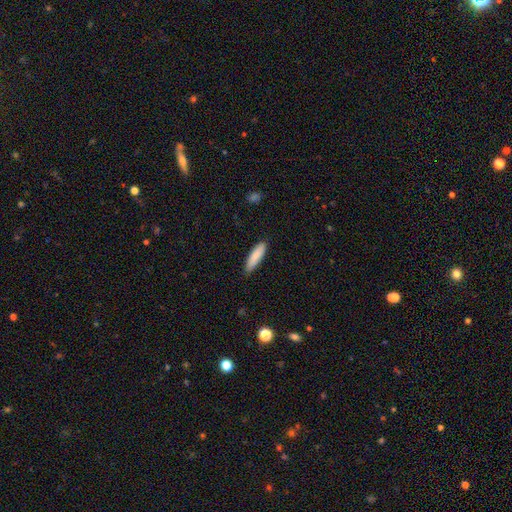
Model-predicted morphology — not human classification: smooth 87%, featured or disk 8%, star or artifact 6%. Down the decision tree: how rounded — cigar-shaped (64%); merging — none (86%).